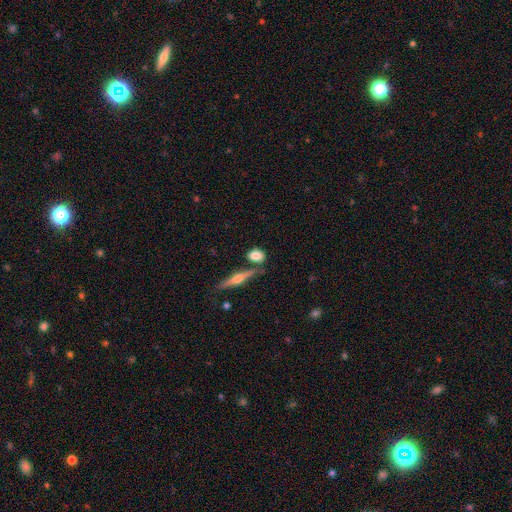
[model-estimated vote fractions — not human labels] smooth 75%, featured or disk 17%, star or artifact 7%. Down the decision tree: how rounded — in between (62%); merging — none (65%).